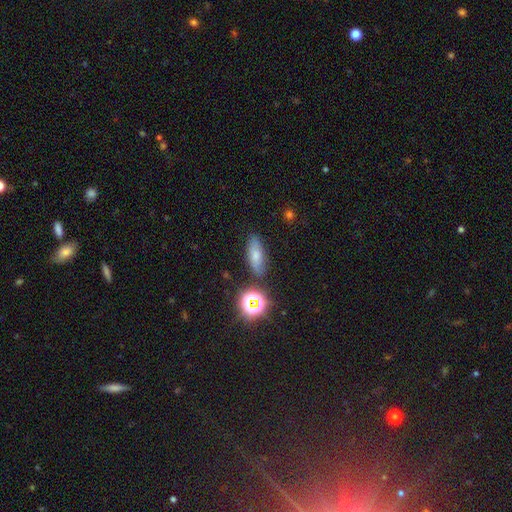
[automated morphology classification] Q: Smooth or featured?
A: smooth (65%); runner-up: featured or disk (18%)
Q: How rounded?
A: in between (63%); runner-up: cigar-shaped (29%)
Q: Merging?
A: none (78%); runner-up: minor disturbance (14%)